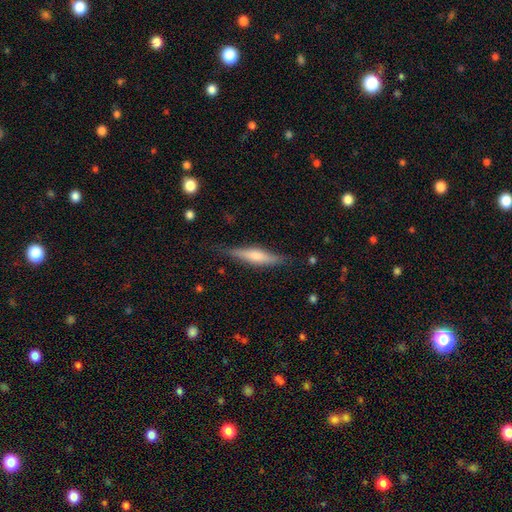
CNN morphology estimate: A featured or disk galaxy (54%) viewed edge-on (95%) with a rounded central bulge (76%).

Vote fractions:
- Smooth or featured? featured or disk: 54% / smooth: 40% / star or artifact: 6%
- Edge-on disk? yes: 95% / no: 5%
- Edge-on bulge? rounded: 76% / boxy: 12% / none: 12%
- Merging? none: 83% / minor disturbance: 13% / major disturbance: 3% / merger: 1%